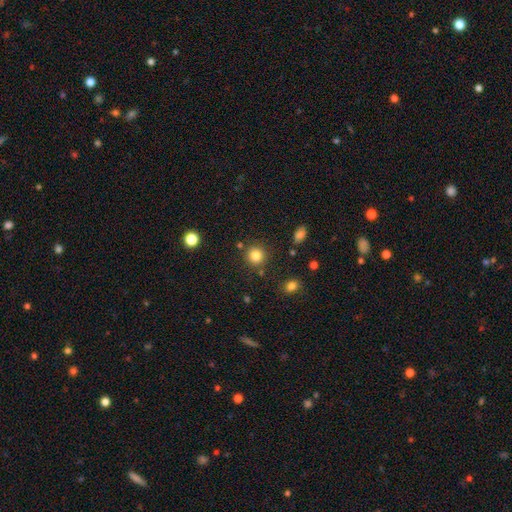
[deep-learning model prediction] A smooth galaxy with no disk features (83%) that is round (91%).

Vote fractions:
- Smooth or featured? smooth: 83% / star or artifact: 11% / featured or disk: 6%
- How rounded? round: 91% / in between: 8% / cigar-shaped: 1%
- Merging? none: 84% / minor disturbance: 8% / merger: 5% / major disturbance: 3%